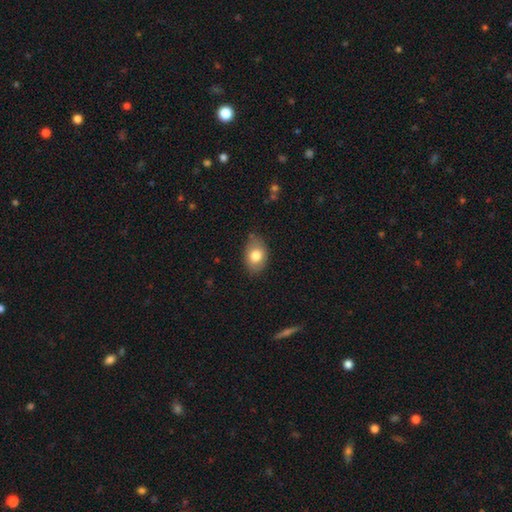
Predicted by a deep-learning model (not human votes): Smooth or featured? smooth (78%)
How rounded? in between (81%)
Merging? none (75%)